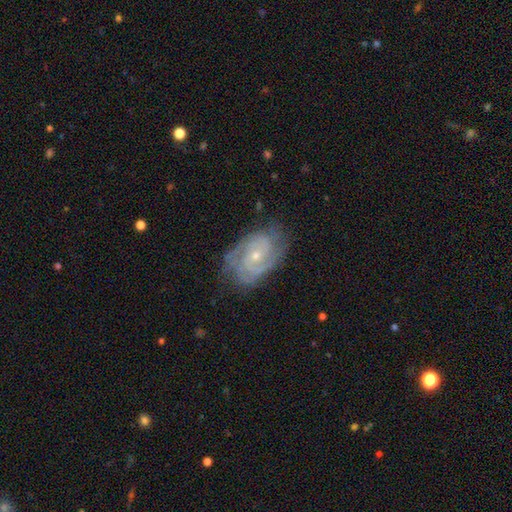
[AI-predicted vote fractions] Morphology: type=featured or disk (86%); edge-on=no (97%); bar=no (63%); spiral arms=yes (96%); winding=tight (60%); arm count=2 (53%); bulge=small (66%); merging=none (73%).